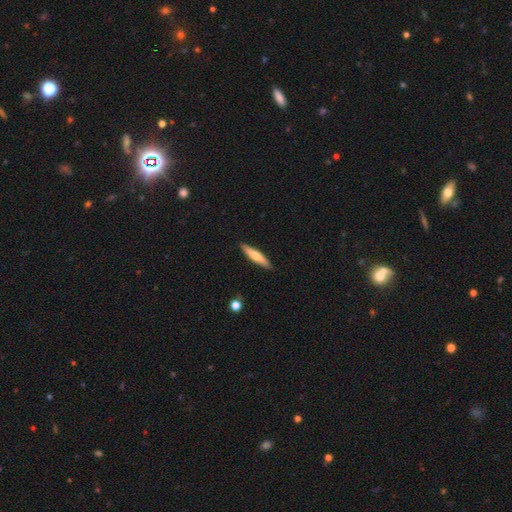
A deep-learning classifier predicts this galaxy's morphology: Smooth or featured: smooth — 58% (featured or disk — 37%)
How rounded: cigar-shaped — 86% (in between — 12%)
Merging: none — 90% (minor disturbance — 8%)